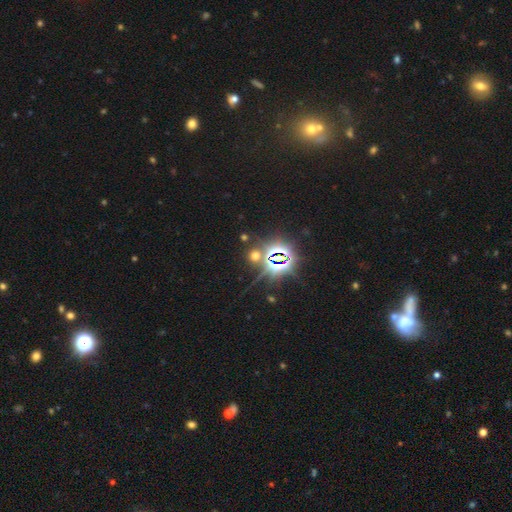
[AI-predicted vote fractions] Smooth or featured? star or artifact (59%)